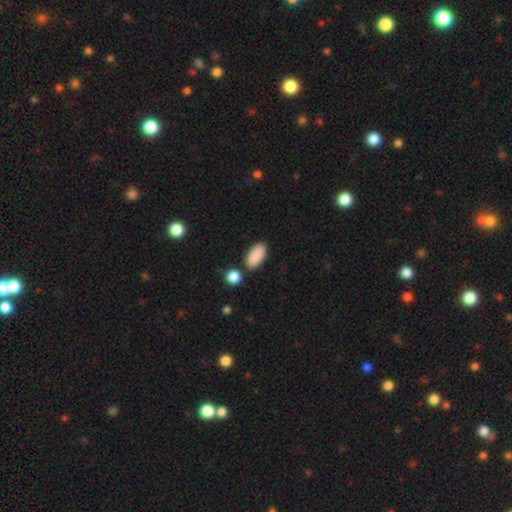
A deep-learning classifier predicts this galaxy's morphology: smooth_or_featured: smooth (p=0.90) [alt: star or artifact p=0.06]
how_rounded: in between (p=0.93) [alt: cigar-shaped p=0.05]
merging: none (p=0.80) [alt: minor disturbance p=0.10]